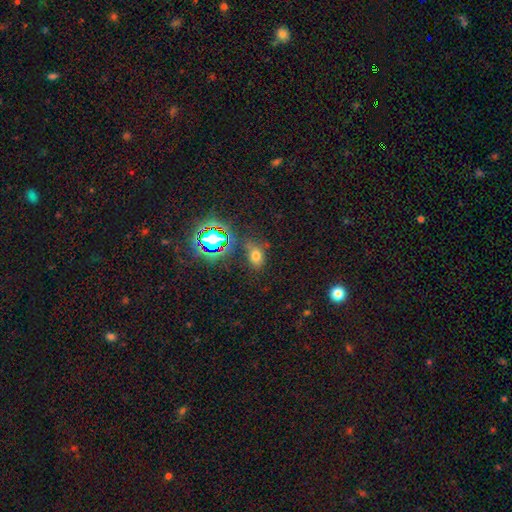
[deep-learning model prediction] The model was most divided on "smooth or featured": smooth: 61%, star or artifact: 29%, featured or disk: 9%. More confident: how rounded — in between (74%); merging — none (71%).